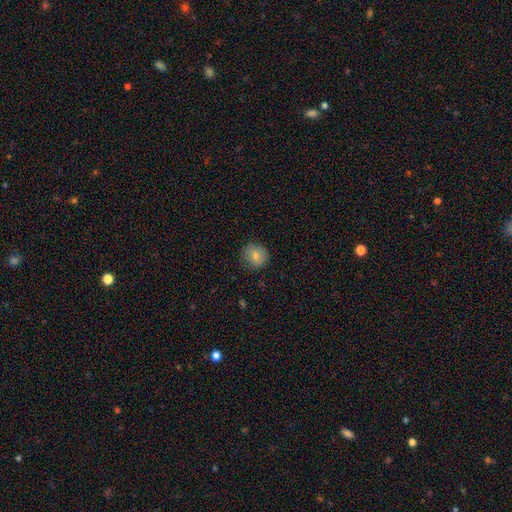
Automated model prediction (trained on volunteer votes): A smooth galaxy with no disk features (80%) that is round (86%). Merging: none (85%).